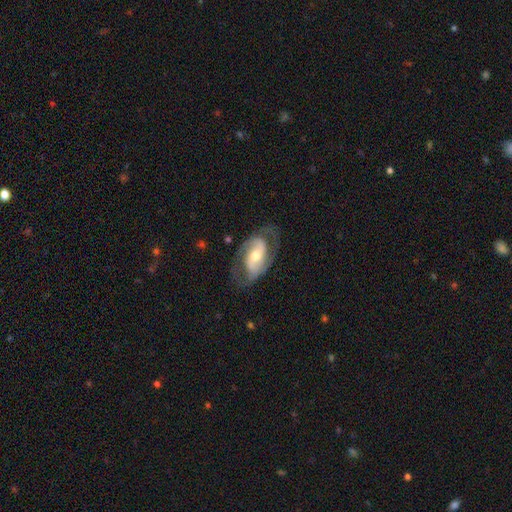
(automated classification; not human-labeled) Smooth or featured? featured or disk (80%)
Edge-on disk? no (95%)
Bar? weak (39%)
Spiral arms? yes (90%)
Spiral winding? medium (49%)
Spiral arm count? 2 (85%)
Bulge size? moderate (61%)
Merging? none (66%)